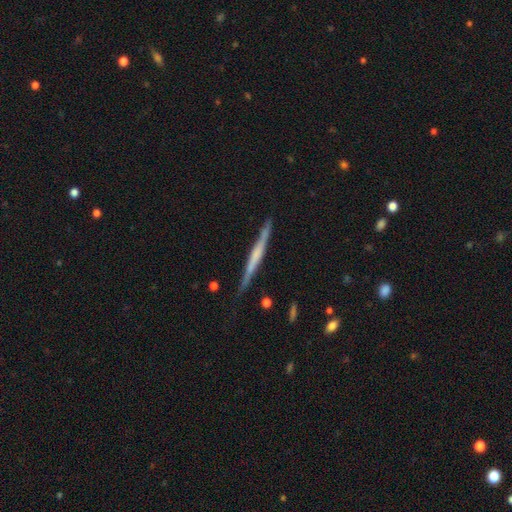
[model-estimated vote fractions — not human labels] featured or disk 64%, smooth 30%, star or artifact 6%. Down the decision tree: edge-on disk — yes (97%); edge-on bulge — none (55%); merging — none (83%).